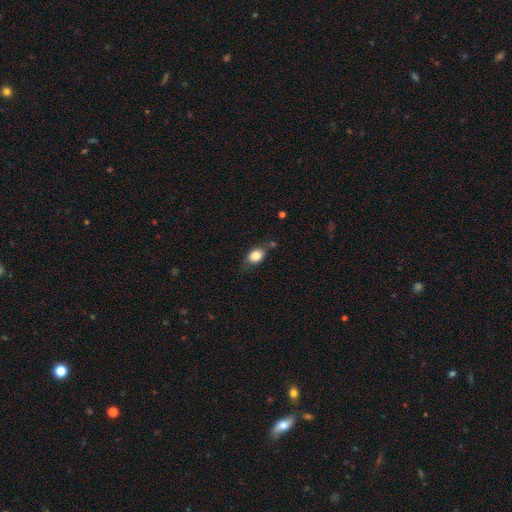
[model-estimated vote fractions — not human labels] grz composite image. It shows a smooth galaxy with no disk features (82%) that is in between round and cigar-shaped (69%). Merging: none (62%).